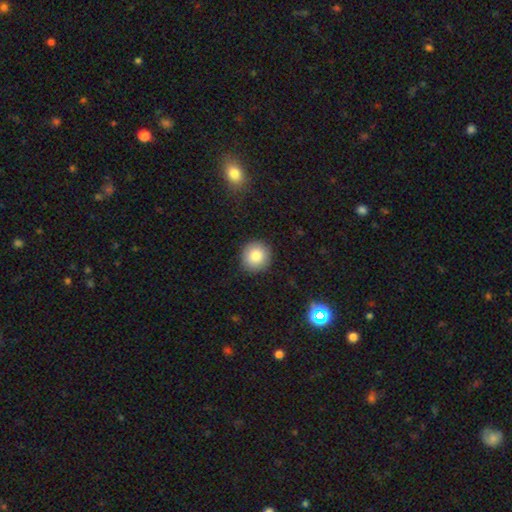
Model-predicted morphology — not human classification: smooth 85%, star or artifact 9%, featured or disk 6%. Down the decision tree: how rounded — round (91%); merging — none (90%).